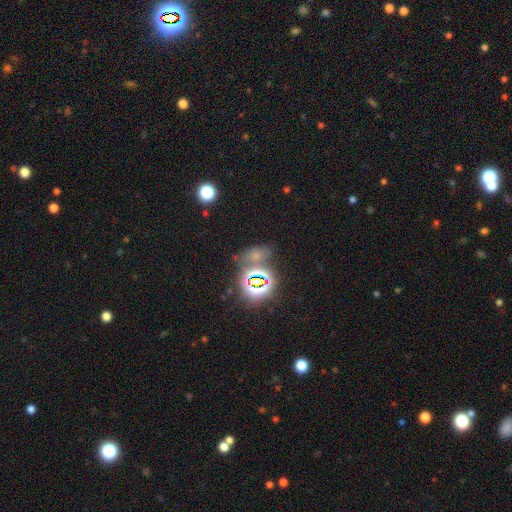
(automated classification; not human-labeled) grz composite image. It shows a star or artifact, not a galaxy (55%).